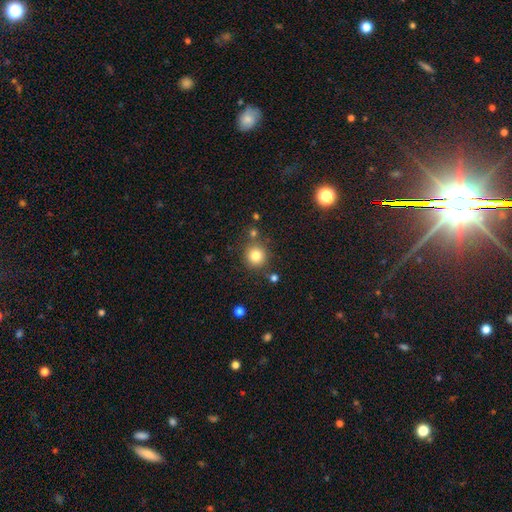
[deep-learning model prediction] A smooth galaxy with no disk features (82%) that is round (92%). Merging: none (82%).